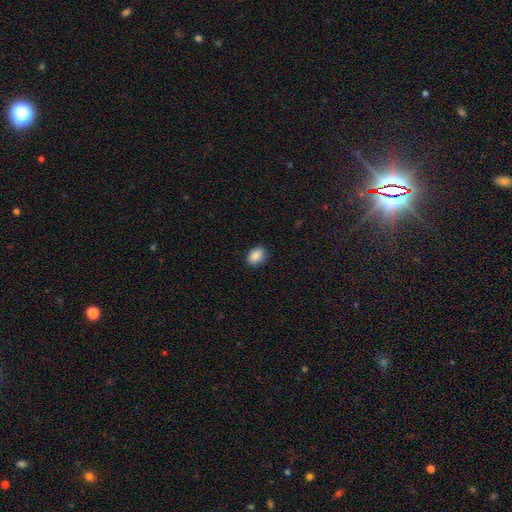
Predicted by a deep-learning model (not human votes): Smooth or featured? smooth (89%)
How rounded? in between (73%)
Merging? none (87%)